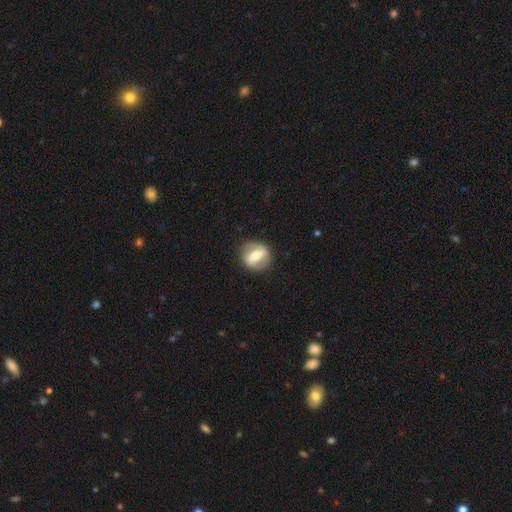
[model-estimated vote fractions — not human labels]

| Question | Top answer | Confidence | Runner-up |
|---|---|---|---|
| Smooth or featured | featured or disk | 62% | smooth (32%) |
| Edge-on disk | no | 85% | yes (15%) |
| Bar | strong | 70% | weak (20%) |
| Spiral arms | no | 65% | yes (35%) |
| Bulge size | moderate | 65% | small (24%) |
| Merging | none | 86% | minor disturbance (10%) |